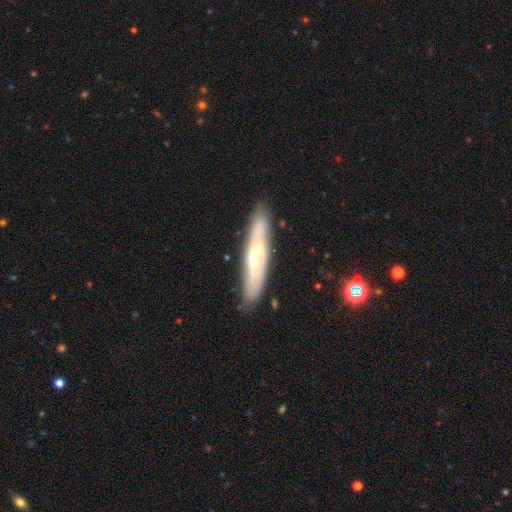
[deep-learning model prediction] A featured or disk galaxy (59%) viewed edge-on (62%).

Vote fractions:
- Smooth or featured? featured or disk: 59% / smooth: 34% / star or artifact: 7%
- Edge-on disk? yes: 62% / no: 38%
- Merging? none: 85% / minor disturbance: 11% / major disturbance: 2% / merger: 1%